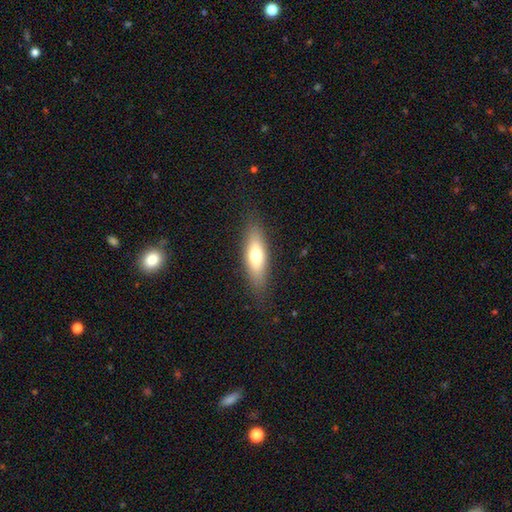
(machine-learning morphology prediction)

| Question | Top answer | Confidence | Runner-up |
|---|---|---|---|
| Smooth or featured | smooth | 65% | featured or disk (28%) |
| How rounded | in between | 51% | cigar-shaped (46%) |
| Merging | none | 85% | minor disturbance (11%) |